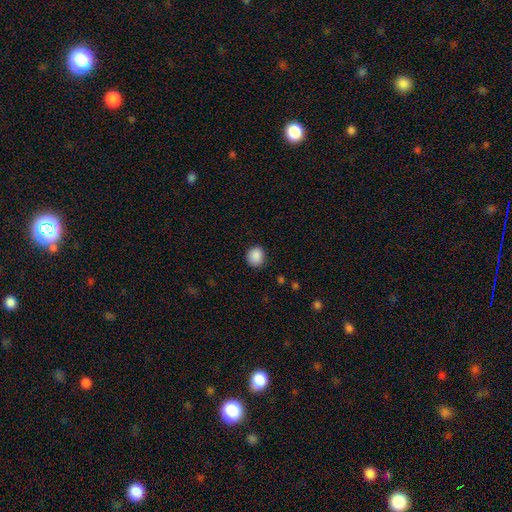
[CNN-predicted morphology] Overall: smooth (89%). How rounded: round (79%). Merging: none (85%).